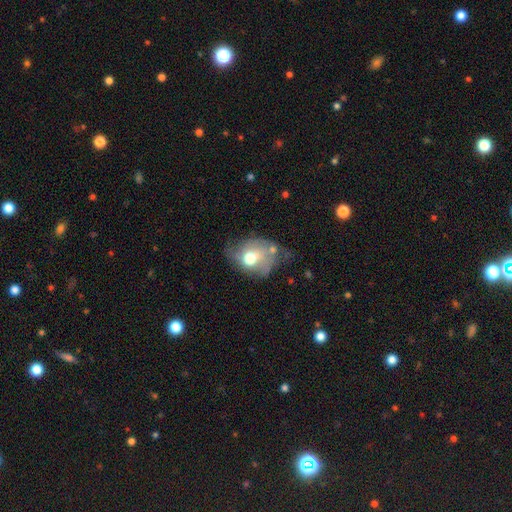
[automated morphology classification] Smooth or featured? Predicted: smooth (p=0.45). Merging? Predicted: none (p=0.37).